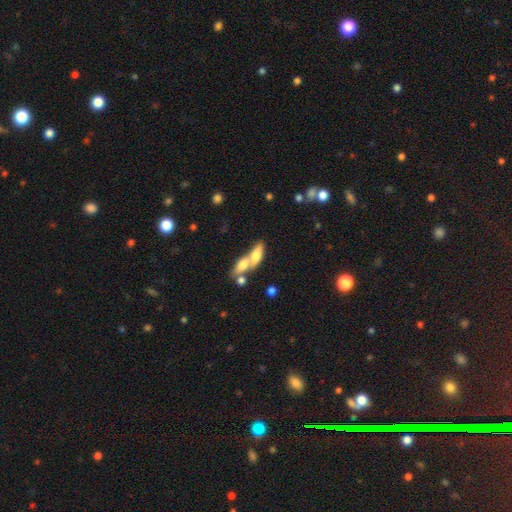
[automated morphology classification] A smooth galaxy with no disk features (64%) that is in between round and cigar-shaped (61%).

Vote fractions:
- Smooth or featured? smooth: 64% / featured or disk: 28% / star or artifact: 8%
- How rounded? in between: 61% / cigar-shaped: 34% / round: 5%
- Merging? merger: 63% / none: 24% / minor disturbance: 8% / major disturbance: 5%